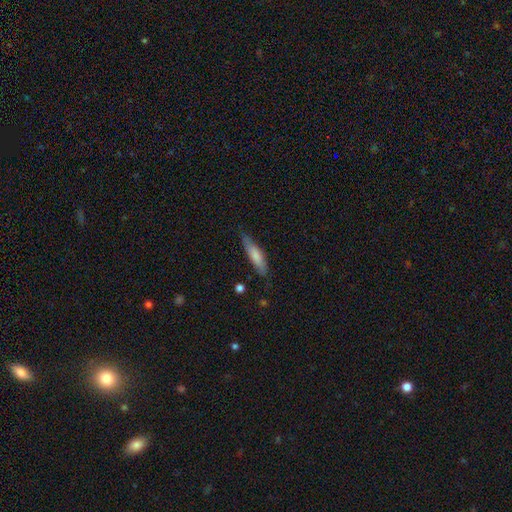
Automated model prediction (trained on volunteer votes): Smooth or featured? smooth (75%)
How rounded? cigar-shaped (73%)
Merging? none (76%)